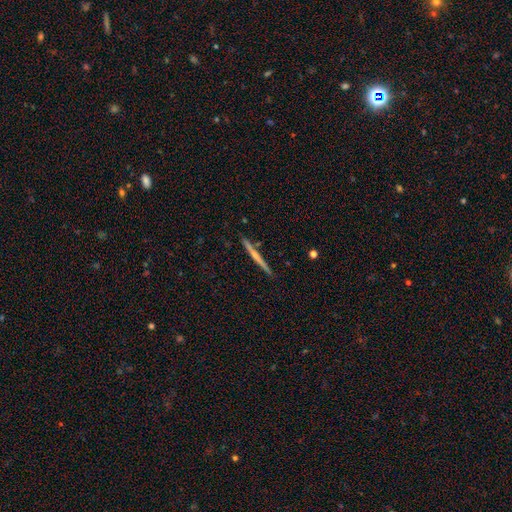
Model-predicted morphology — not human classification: Smooth or featured?
  - featured or disk: 58% *
  - smooth: 36%
  - star or artifact: 6%
Edge-on disk?
  - yes: 98% *
  - no: 2%
Edge-on bulge?
  - none: 53% *
  - rounded: 41%
  - boxy: 6%
Merging?
  - none: 87% *
  - minor disturbance: 8%
  - merger: 3%
  - major disturbance: 2%